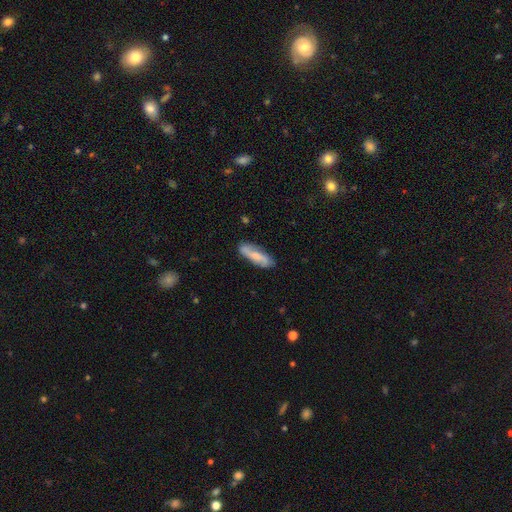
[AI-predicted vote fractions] Smooth or featured? Predicted: smooth (p=0.48). Merging? Predicted: none (p=0.80).